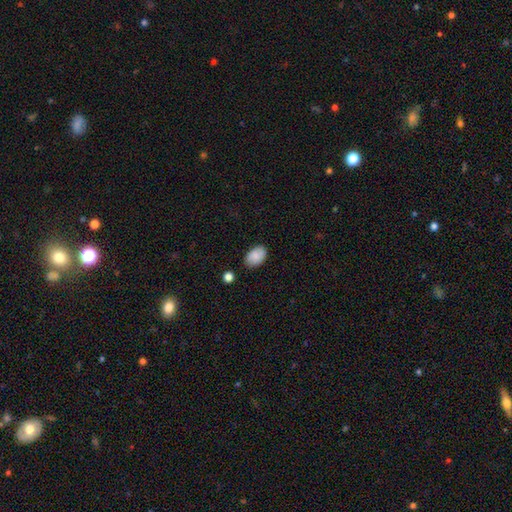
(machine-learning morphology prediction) Q: Smooth or featured?
A: smooth (86%); runner-up: star or artifact (7%)
Q: How rounded?
A: in between (90%); runner-up: round (9%)
Q: Merging?
A: none (82%); runner-up: minor disturbance (13%)